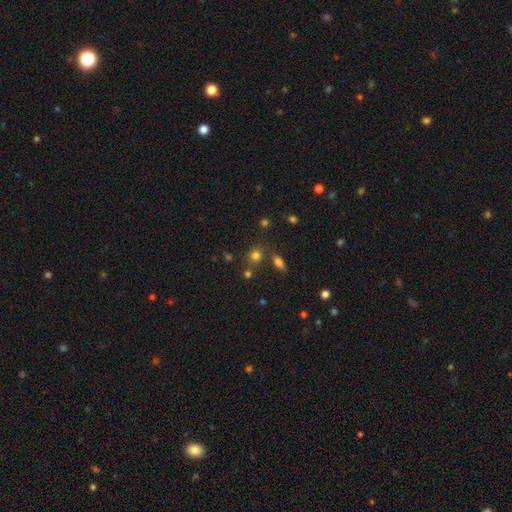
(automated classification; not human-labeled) Smooth or featured? smooth (75%)
How rounded? round (73%)
Merging? none (72%)